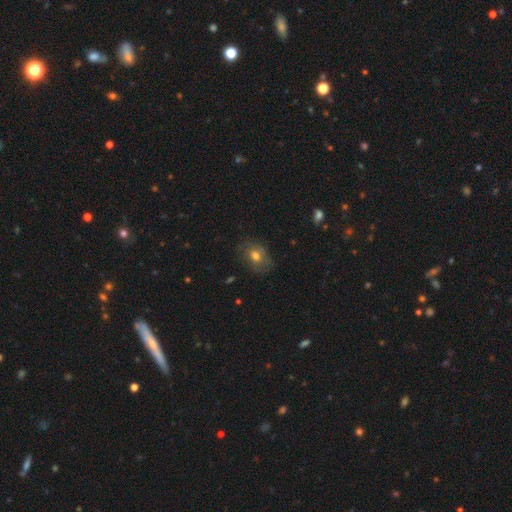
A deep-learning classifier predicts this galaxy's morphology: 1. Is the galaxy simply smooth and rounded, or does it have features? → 65% smooth, 25% featured or disk, 11% star or artifact.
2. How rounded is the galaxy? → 64% in between, 35% round, 1% cigar-shaped.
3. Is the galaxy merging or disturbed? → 68% none, 22% minor disturbance, 9% major disturbance, 2% merger.